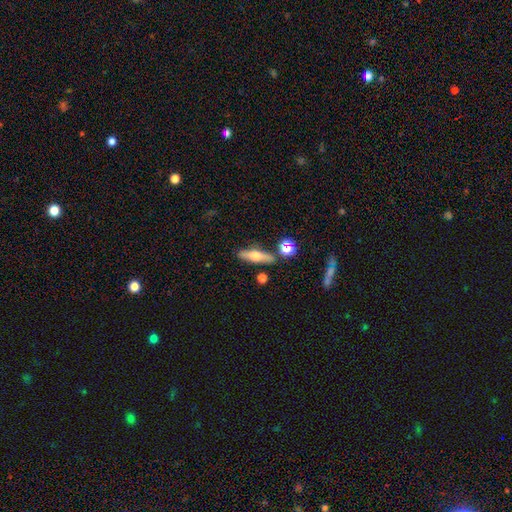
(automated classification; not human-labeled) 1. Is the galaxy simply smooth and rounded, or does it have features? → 47% smooth, 45% featured or disk, 8% star or artifact.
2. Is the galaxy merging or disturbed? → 80% none, 11% minor disturbance, 6% merger, 3% major disturbance.